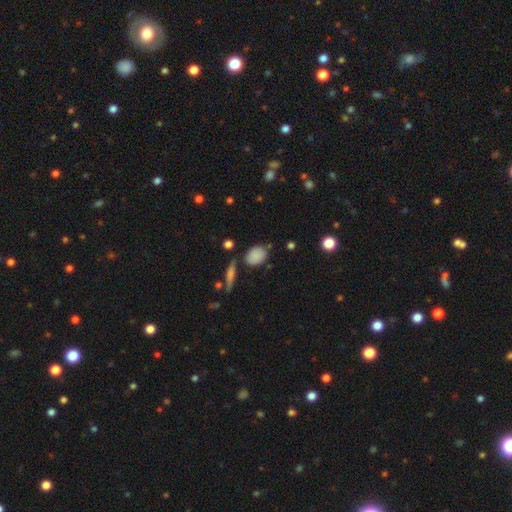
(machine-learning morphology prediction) smooth_or_featured: smooth (p=0.84) [alt: star or artifact p=0.09]
how_rounded: in between (p=0.63) [alt: round p=0.34]
merging: none (p=0.71) [alt: minor disturbance p=0.17]